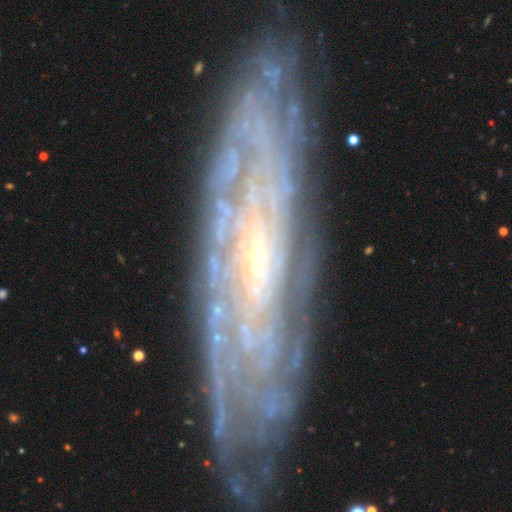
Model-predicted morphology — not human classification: Smooth or featured: featured or disk — 84% (smooth — 9%)
Edge-on disk: no — 77% (yes — 23%)
Bar: no — 61% (weak — 28%)
Spiral arms: yes — 91% (no — 9%)
Spiral winding: tight — 75% (medium — 19%)
Spiral arm count: can't tell — 53% (2 — 13%)
Bulge size: small — 83% (moderate — 10%)
Merging: none — 76% (minor disturbance — 17%)